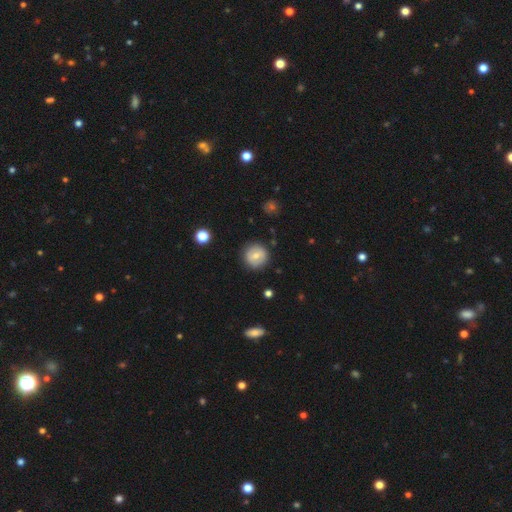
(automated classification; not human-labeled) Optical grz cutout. It shows a smooth galaxy with no disk features (60%) that is round (92%). Merging: none (88%).